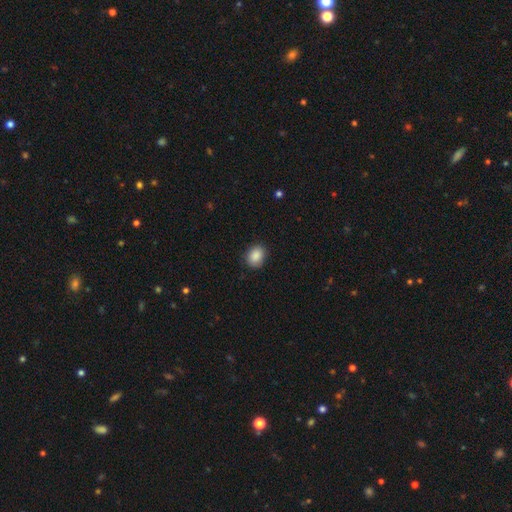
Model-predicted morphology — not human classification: Smooth or featured? Predicted: smooth (p=0.88). How rounded? Predicted: in between (p=0.55). Merging? Predicted: none (p=0.87).